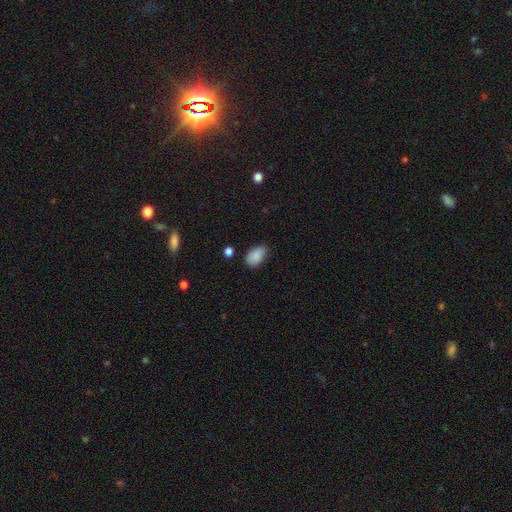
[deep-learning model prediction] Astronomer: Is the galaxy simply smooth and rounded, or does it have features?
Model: smooth — 88%.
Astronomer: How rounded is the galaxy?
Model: in between — 90%.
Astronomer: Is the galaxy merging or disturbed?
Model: none — 73%.